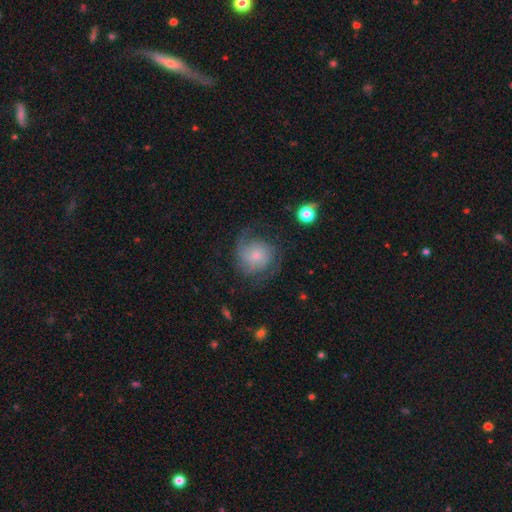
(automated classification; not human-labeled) A featured or disk galaxy (62%) with no bar (75%), 2 (48%) medium (40%) spiral arms (90%) and a small central bulge (61%). Merging: none (59%).